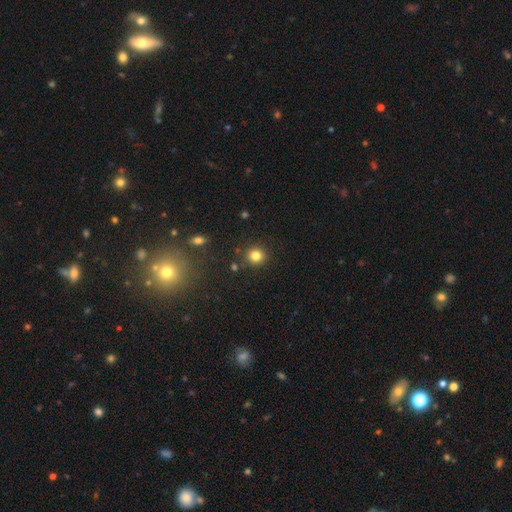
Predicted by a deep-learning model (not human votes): Overall: smooth (82%). How rounded: round (92%). Merging: none (88%).